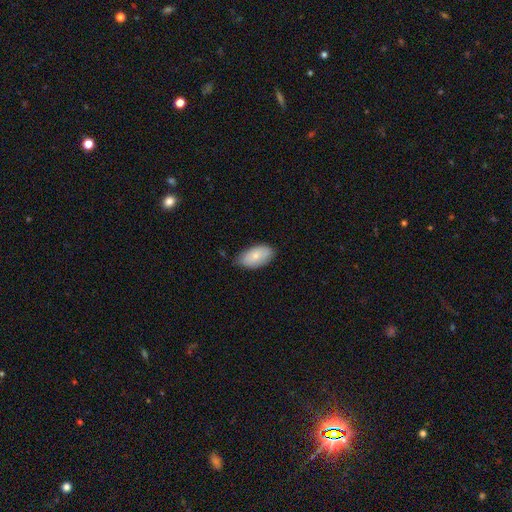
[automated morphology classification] smooth 77%, featured or disk 17%, star or artifact 6%. Down the decision tree: how rounded — in between (94%); merging — none (73%).